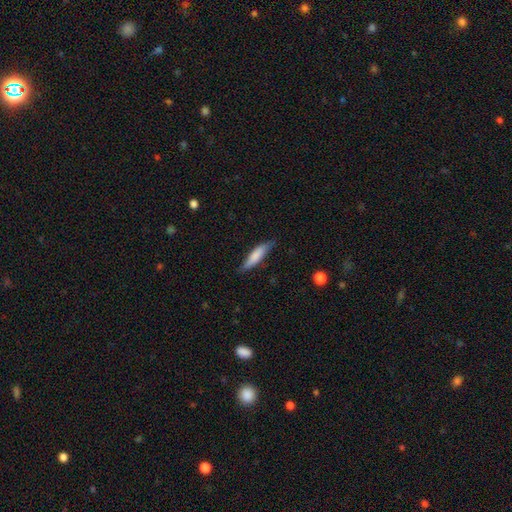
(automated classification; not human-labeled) Smooth or featured? Predicted: smooth (p=0.77). How rounded? Predicted: cigar-shaped (p=0.76). Merging? Predicted: none (p=0.76).